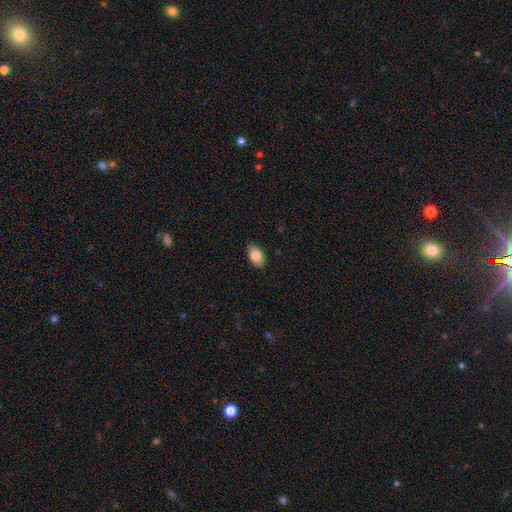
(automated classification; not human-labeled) Smooth or featured? smooth (83%)
How rounded? in between (92%)
Merging? none (87%)